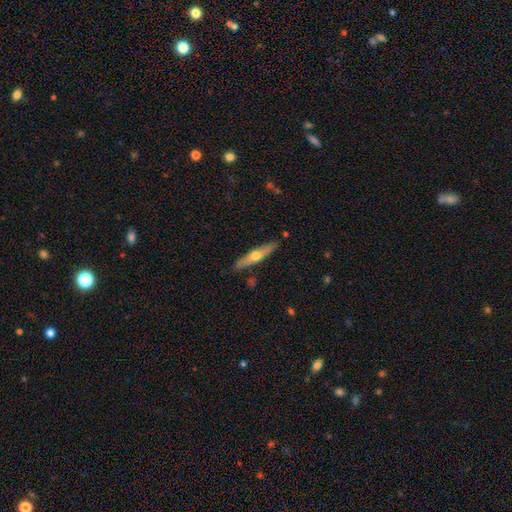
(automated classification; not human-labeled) smooth-or-featured: featured or disk: 55% | smooth: 39% | star or artifact: 6%
  disk-edge-on: yes: 91% | no: 9%
  merging: none: 87% | minor disturbance: 9% | merger: 2% | major disturbance: 2%